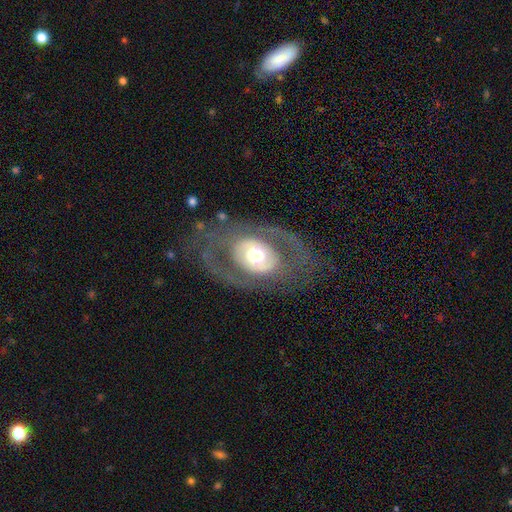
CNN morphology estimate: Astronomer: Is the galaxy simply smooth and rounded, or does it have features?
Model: featured or disk — 66%.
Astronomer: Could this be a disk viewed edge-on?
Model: no — 92%.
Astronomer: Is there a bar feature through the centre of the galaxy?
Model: no — 76%.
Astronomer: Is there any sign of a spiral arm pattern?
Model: no — 65%.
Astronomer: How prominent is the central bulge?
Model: moderate — 51% (runner-up: large, 37%).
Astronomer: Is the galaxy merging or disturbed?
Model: none — 73%.